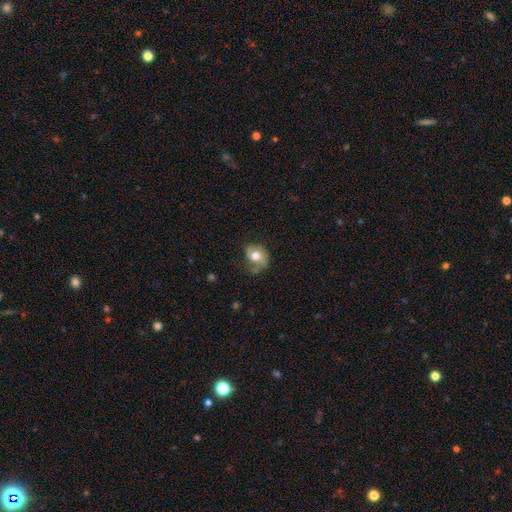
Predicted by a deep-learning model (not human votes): Smooth or featured?
  - smooth: 68% *
  - featured or disk: 23%
  - star or artifact: 8%
How rounded?
  - in between: 50% *
  - round: 49%
  - cigar-shaped: 1%
Merging?
  - none: 51% *
  - minor disturbance: 32%
  - major disturbance: 14%
  - merger: 4%